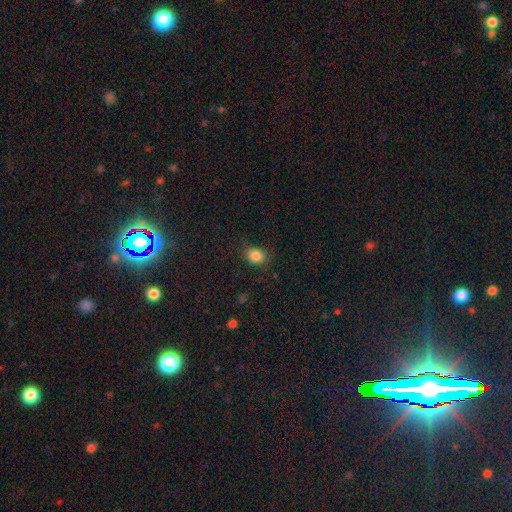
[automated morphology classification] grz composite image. It shows a smooth galaxy with no disk features (85%) that is round (52%). Merging: none (80%).